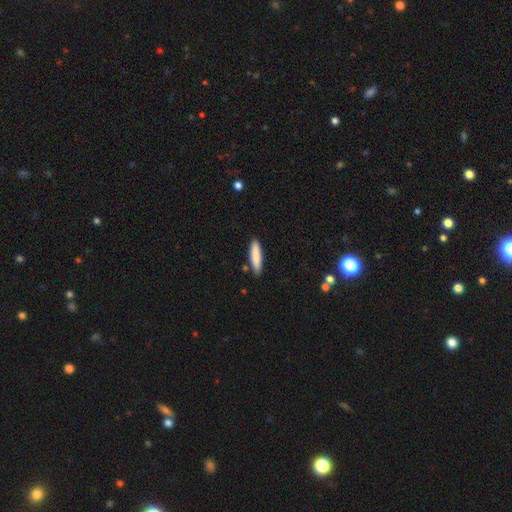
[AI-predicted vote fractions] Smooth or featured?
  - smooth: 85% *
  - featured or disk: 9%
  - star or artifact: 6%
How rounded?
  - cigar-shaped: 77% *
  - in between: 21%
  - round: 1%
Merging?
  - none: 86% *
  - minor disturbance: 9%
  - merger: 3%
  - major disturbance: 2%